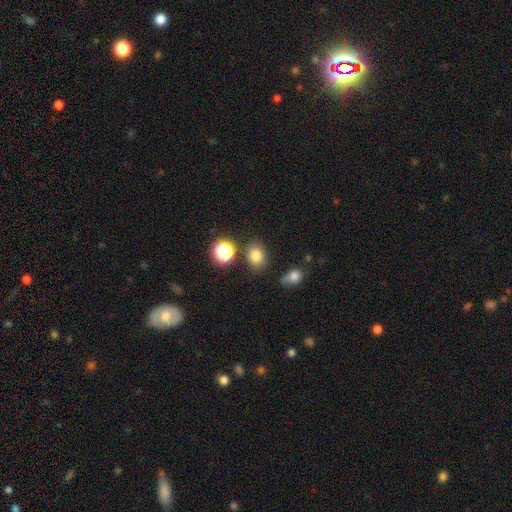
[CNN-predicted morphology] Smooth or featured?
  - smooth: 79% *
  - star or artifact: 14%
  - featured or disk: 8%
How rounded?
  - in between: 55% *
  - round: 44%
  - cigar-shaped: 1%
Merging?
  - none: 77% *
  - minor disturbance: 13%
  - merger: 6%
  - major disturbance: 4%